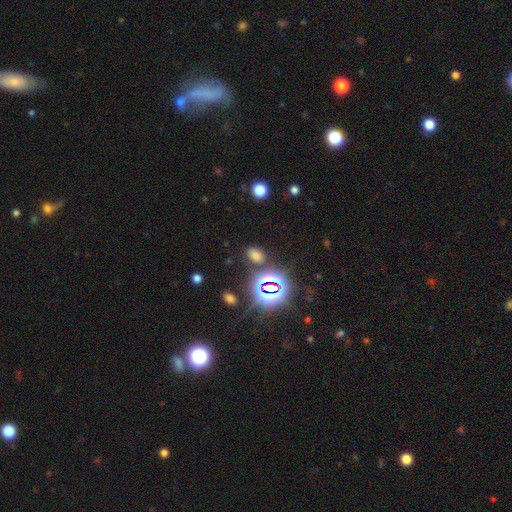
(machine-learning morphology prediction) Overall: smooth (59%; star or artifact 34%). How rounded: in between (82%). Merging: none (80%).